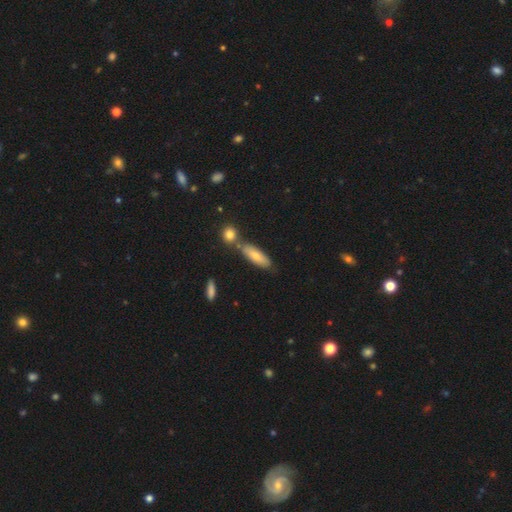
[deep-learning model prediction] Smooth or featured? smooth (73%)
How rounded? in between (54%)
Merging? none (63%)